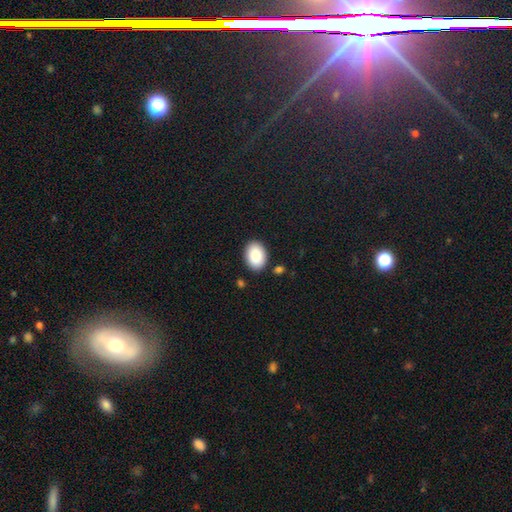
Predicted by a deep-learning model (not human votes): smooth-or-featured: smooth: 90% | star or artifact: 7% | featured or disk: 4%
  how-rounded: in between: 81% | round: 18% | cigar-shaped: 1%
  merging: none: 87% | minor disturbance: 9% | major disturbance: 2% | merger: 2%